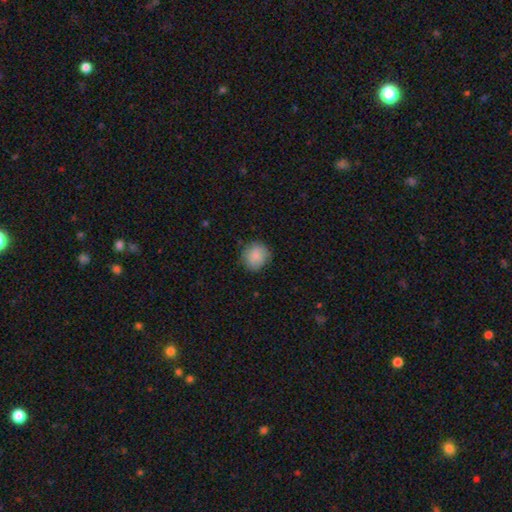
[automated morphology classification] smooth-or-featured: smooth: 86% | star or artifact: 7% | featured or disk: 7%
  how-rounded: round: 83% | in between: 16% | cigar-shaped: 1%
  merging: none: 80% | minor disturbance: 15% | major disturbance: 4% | merger: 1%